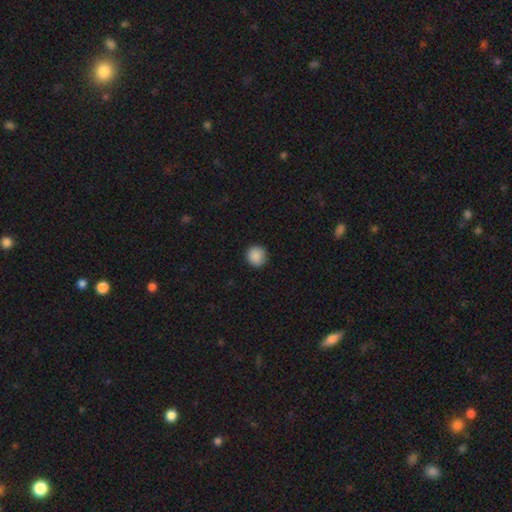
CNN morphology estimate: smooth-or-featured: smooth: 88% | star or artifact: 9% | featured or disk: 3%
  how-rounded: round: 93% | in between: 6% | cigar-shaped: 1%
  merging: none: 89% | minor disturbance: 8% | major disturbance: 2% | merger: 1%